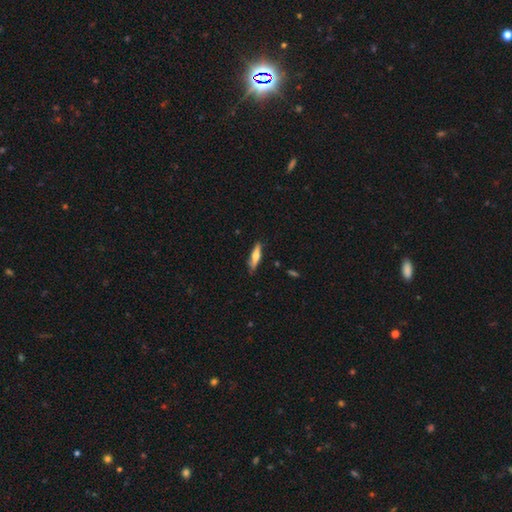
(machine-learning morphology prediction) This is possibly a smooth galaxy (57%). How rounded: likely cigar-shaped (74%). Merging: clearly none (82%).